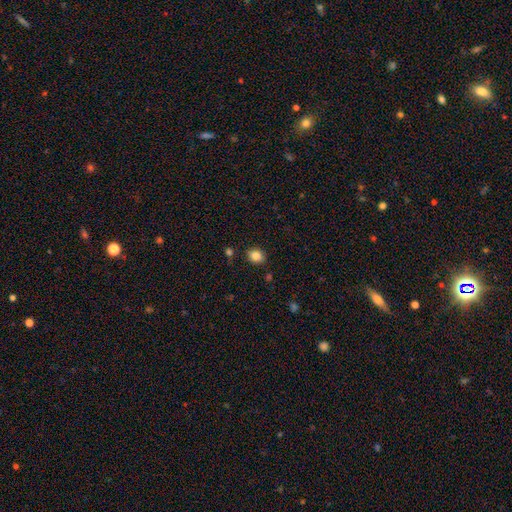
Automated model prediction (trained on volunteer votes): Morphology: type=smooth (85%); roundness=in between (51%); merging=none (84%).